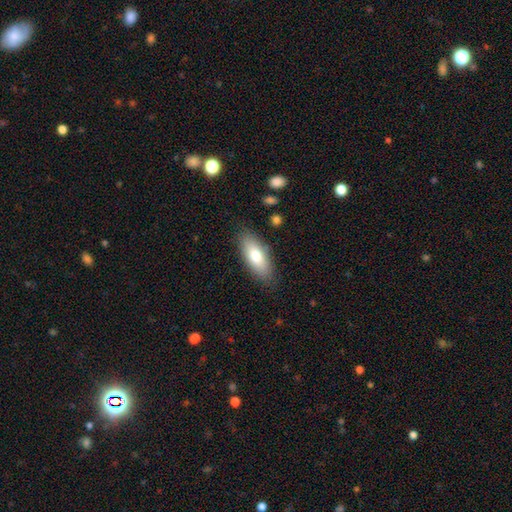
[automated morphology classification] A smooth galaxy with no disk features (74%) that is in between round and cigar-shaped (78%).

Vote fractions:
- Smooth or featured? smooth: 74% / featured or disk: 19% / star or artifact: 7%
- How rounded? in between: 78% / cigar-shaped: 19% / round: 3%
- Merging? none: 84% / minor disturbance: 11% / major disturbance: 3% / merger: 2%